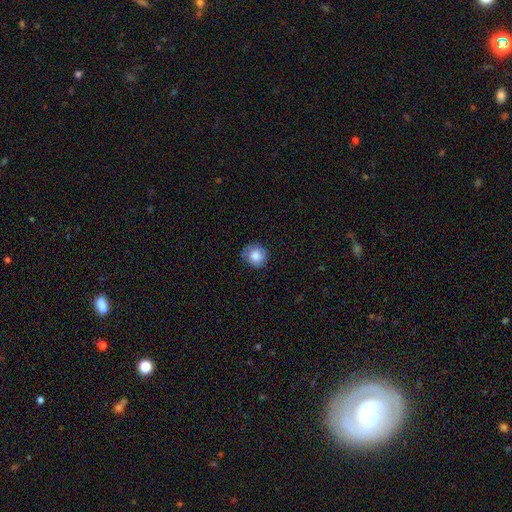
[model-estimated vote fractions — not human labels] This is clearly a smooth galaxy (84%). How rounded: clearly round (89%). Merging: likely none (76%).